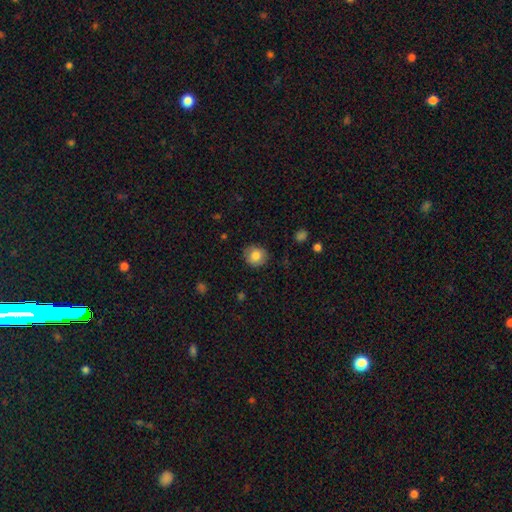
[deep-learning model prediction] smooth-or-featured: smooth: 82% | featured or disk: 9% | star or artifact: 9%
  how-rounded: round: 80% | in between: 19% | cigar-shaped: 1%
  merging: none: 84% | minor disturbance: 12% | major disturbance: 3% | merger: 1%